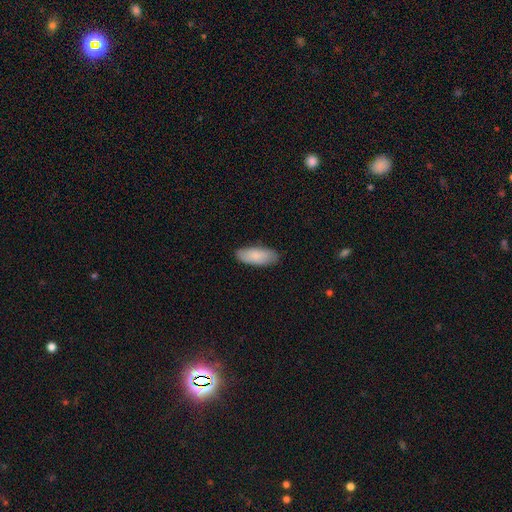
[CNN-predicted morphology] Smooth or featured? smooth (86%)
How rounded? in between (81%)
Merging? none (84%)